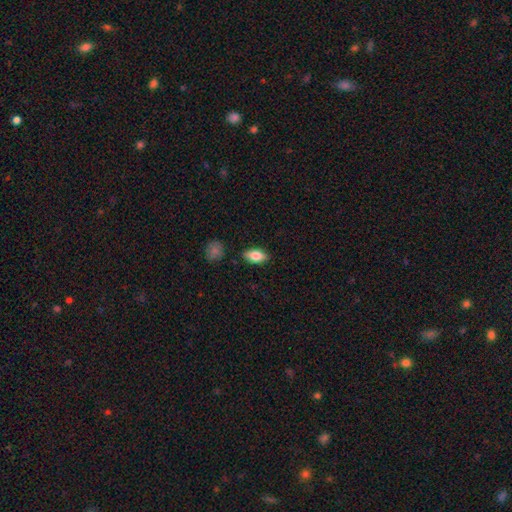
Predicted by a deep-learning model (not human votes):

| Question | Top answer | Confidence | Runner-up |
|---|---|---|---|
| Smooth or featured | smooth | 78% | featured or disk (15%) |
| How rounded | in between | 88% | cigar-shaped (7%) |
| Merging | none | 86% | minor disturbance (10%) |